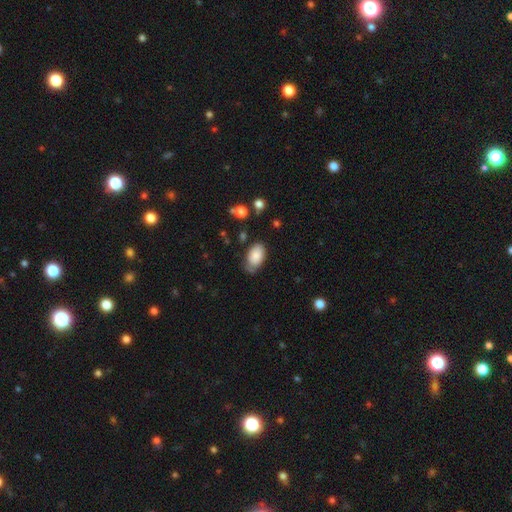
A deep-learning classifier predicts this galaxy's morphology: Smooth or featured: smooth — 83% (featured or disk — 10%)
How rounded: in between — 93% (round — 6%)
Merging: none — 59% (minor disturbance — 29%)